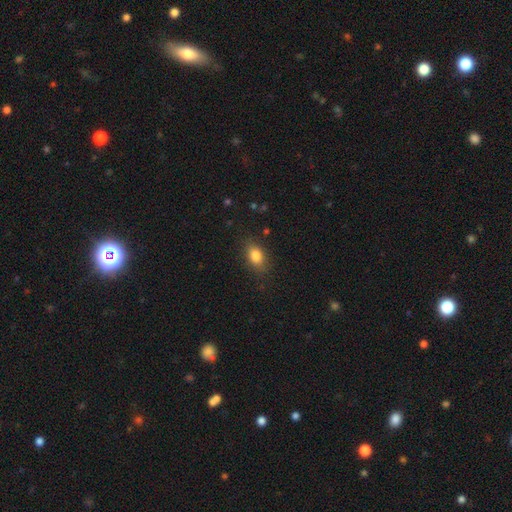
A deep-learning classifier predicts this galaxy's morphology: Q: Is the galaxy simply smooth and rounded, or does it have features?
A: smooth — 83%.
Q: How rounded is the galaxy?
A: in between — 82%.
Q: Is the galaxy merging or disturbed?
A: none — 83%.